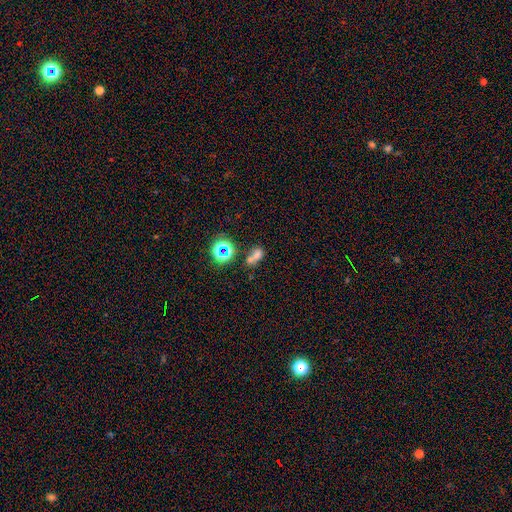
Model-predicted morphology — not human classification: A smooth galaxy with no disk features (61%) that is in between round and cigar-shaped (53%).

Vote fractions:
- Smooth or featured? smooth: 61% / star or artifact: 24% / featured or disk: 15%
- How rounded? in between: 53% / round: 44% / cigar-shaped: 3%
- Merging? merger: 54% / none: 29% / minor disturbance: 9% / major disturbance: 7%